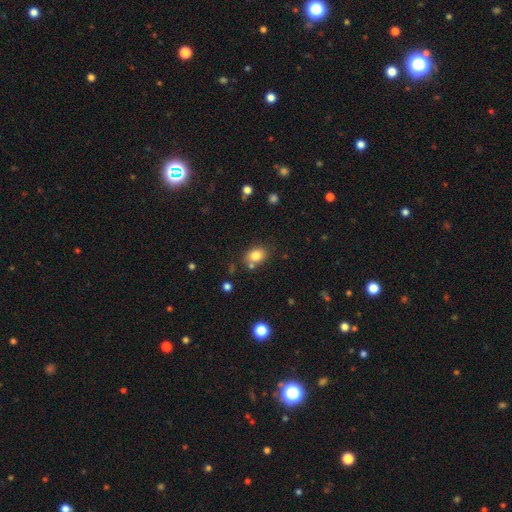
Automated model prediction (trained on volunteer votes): Morphology: type=smooth (81%); roundness=in between (57%); merging=none (70%).